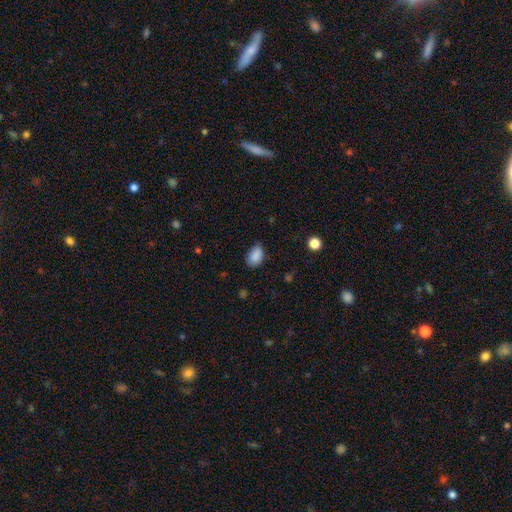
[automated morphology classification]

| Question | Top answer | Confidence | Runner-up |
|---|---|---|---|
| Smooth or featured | smooth | 88% | star or artifact (8%) |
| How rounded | in between | 86% | round (13%) |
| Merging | none | 70% | minor disturbance (24%) |